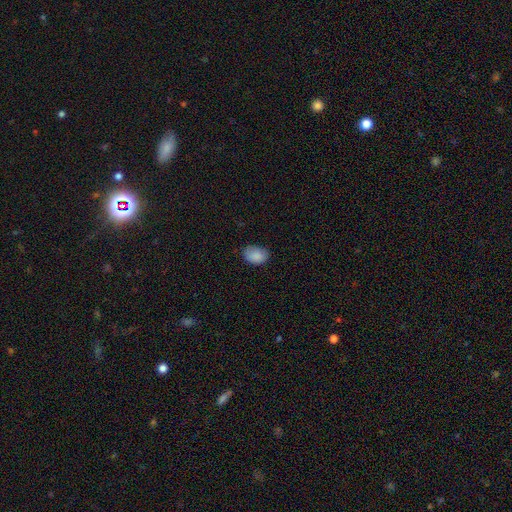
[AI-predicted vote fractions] A smooth galaxy with no disk features (87%) that is in between round and cigar-shaped (74%). Merging: none (74%).